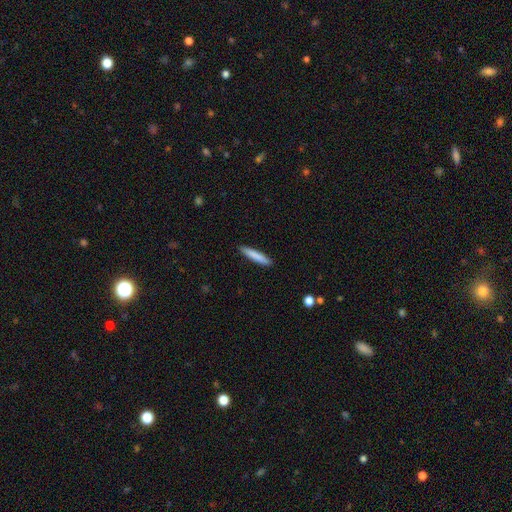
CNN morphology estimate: The model was most divided on "smooth or featured": smooth: 82%, featured or disk: 13%, star or artifact: 6%. More confident: how rounded — cigar-shaped (92%); merging — none (91%).